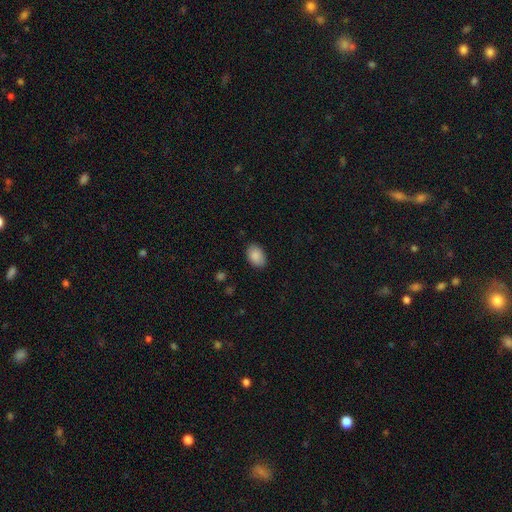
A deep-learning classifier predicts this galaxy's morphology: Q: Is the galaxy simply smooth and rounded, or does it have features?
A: smooth — 88%.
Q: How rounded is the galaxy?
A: in between — 86%.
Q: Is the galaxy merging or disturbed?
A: none — 86%.